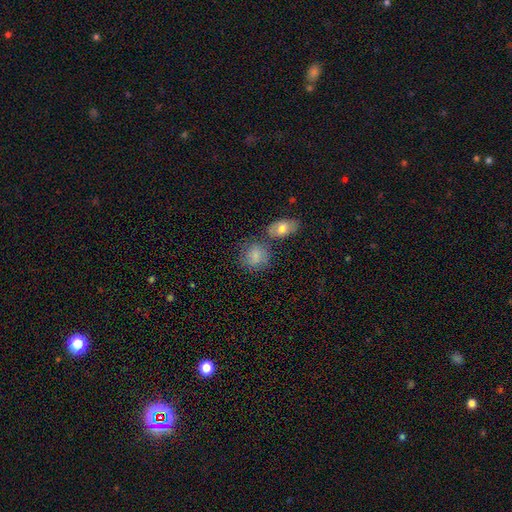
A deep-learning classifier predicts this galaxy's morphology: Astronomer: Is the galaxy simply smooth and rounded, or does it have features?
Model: smooth — 80%.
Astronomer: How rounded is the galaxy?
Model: round — 64%.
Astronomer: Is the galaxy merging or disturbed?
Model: none — 60%.